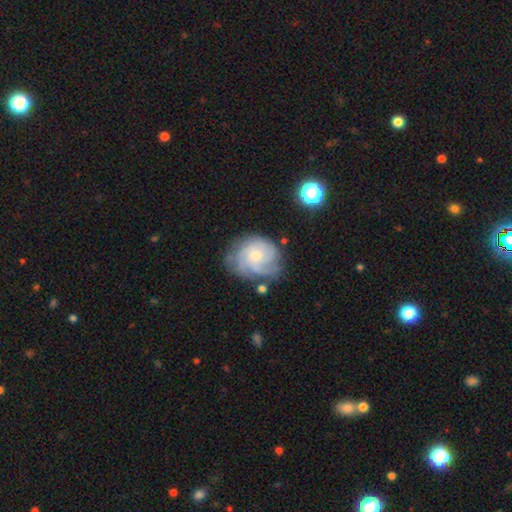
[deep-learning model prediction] Smooth or featured?
  - featured or disk: 79% *
  - smooth: 15%
  - star or artifact: 6%
Edge-on disk?
  - no: 98% *
  - yes: 2%
Bar?
  - no: 73% *
  - weak: 24%
  - strong: 3%
Spiral arms?
  - yes: 94% *
  - no: 6%
Spiral winding?
  - tight: 61% *
  - medium: 31%
  - loose: 8%
Spiral arm count?
  - can't tell: 30% *
  - 3: 29%
  - 4: 18%
  - 2: 12%
  - more than 4: 6%
  - 1: 5%
Bulge size?
  - small: 58% *
  - moderate: 37%
  - none: 2%
  - large: 2%
  - dominant: 1%
Merging?
  - none: 65% *
  - minor disturbance: 22%
  - major disturbance: 10%
  - merger: 3%